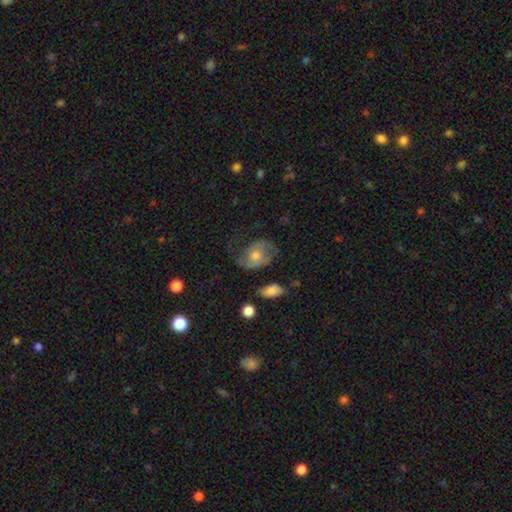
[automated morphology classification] Smooth or featured? featured or disk (67%)
Edge-on disk? no (96%)
Bar? no (70%)
Spiral arms? yes (88%)
Spiral winding? medium (44%)
Spiral arm count? 2 (77%)
Bulge size? moderate (58%)
Merging? none (53%)